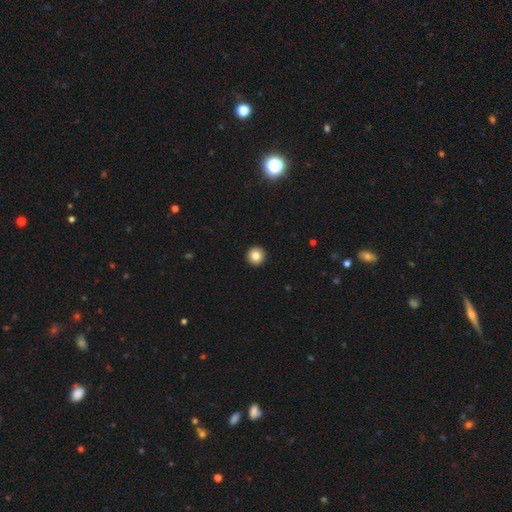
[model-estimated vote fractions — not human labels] Smooth or featured? Predicted: smooth (p=0.84). How rounded? Predicted: round (p=0.96). Merging? Predicted: none (p=0.94).